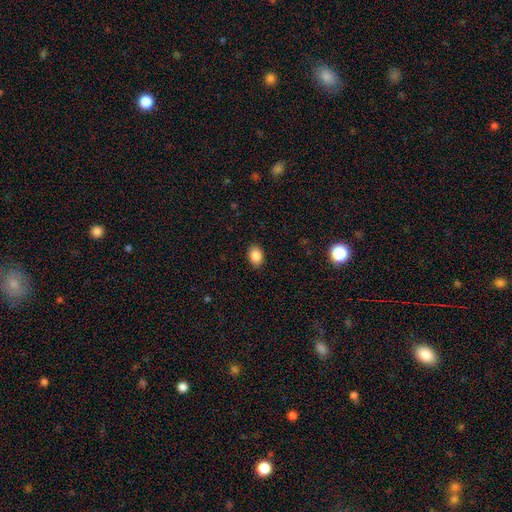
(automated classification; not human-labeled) Morphology: type=smooth (87%); roundness=in between (74%); merging=none (89%).